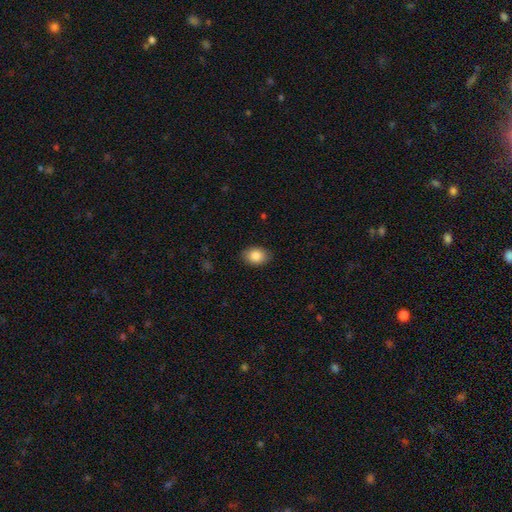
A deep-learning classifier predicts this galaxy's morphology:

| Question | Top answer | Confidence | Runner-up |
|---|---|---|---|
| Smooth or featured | smooth | 86% | star or artifact (7%) |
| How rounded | in between | 78% | round (21%) |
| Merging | none | 87% | minor disturbance (9%) |